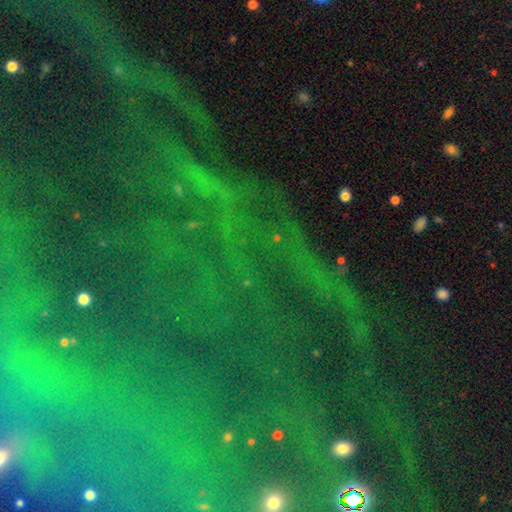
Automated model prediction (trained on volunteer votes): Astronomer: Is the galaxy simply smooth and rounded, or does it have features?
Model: star or artifact — 84%.